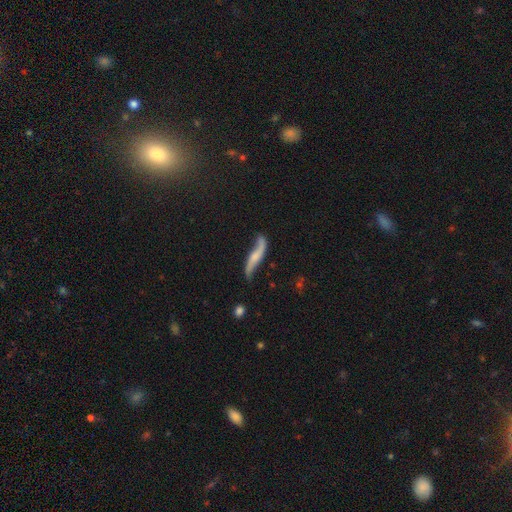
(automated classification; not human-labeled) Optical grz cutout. It shows a featured or disk galaxy (70%). Merging: none (61%).